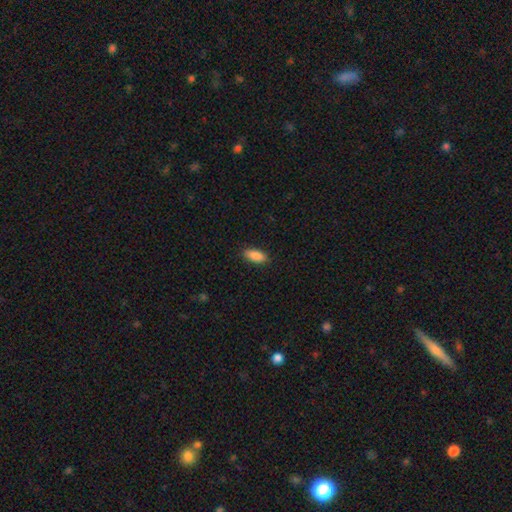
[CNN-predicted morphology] Smooth or featured? Predicted: smooth (p=0.88). How rounded? Predicted: in between (p=0.84). Merging? Predicted: none (p=0.88).